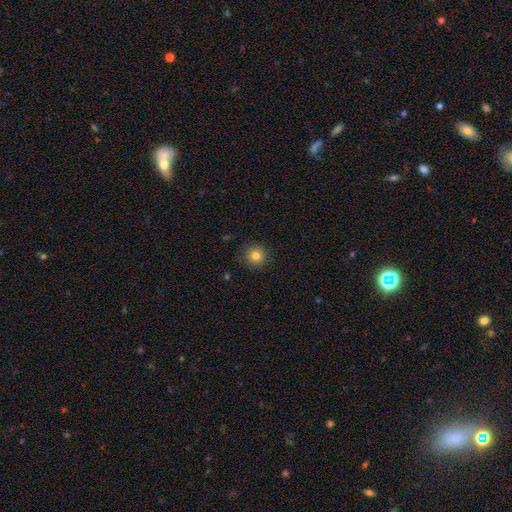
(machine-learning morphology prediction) A smooth galaxy with no disk features (81%) that is round (93%). Merging: none (89%).